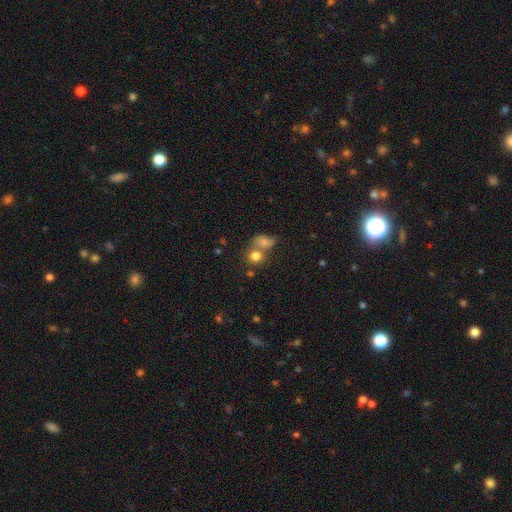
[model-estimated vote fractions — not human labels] The model was most divided on "merging" (2-way tie): merger: 42%, none: 42%, minor disturbance: 10%, major disturbance: 6%. More confident: smooth or featured — smooth (79%); how rounded — round (74%).